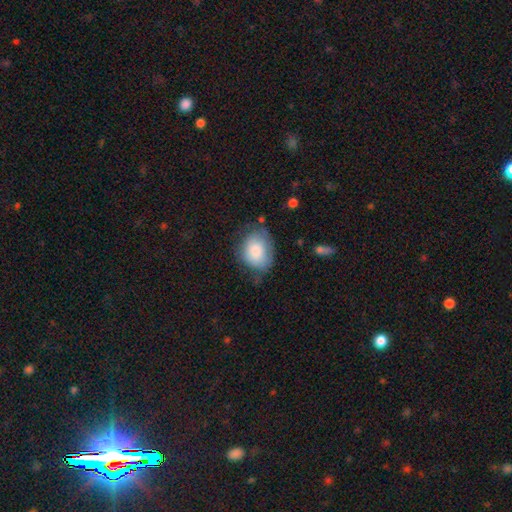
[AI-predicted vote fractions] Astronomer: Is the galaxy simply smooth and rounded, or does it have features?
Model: smooth — 82%.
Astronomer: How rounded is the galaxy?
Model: in between — 59% (runner-up: round, 40%).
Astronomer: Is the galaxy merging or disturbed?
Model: none — 50% (runner-up: minor disturbance, 34%).